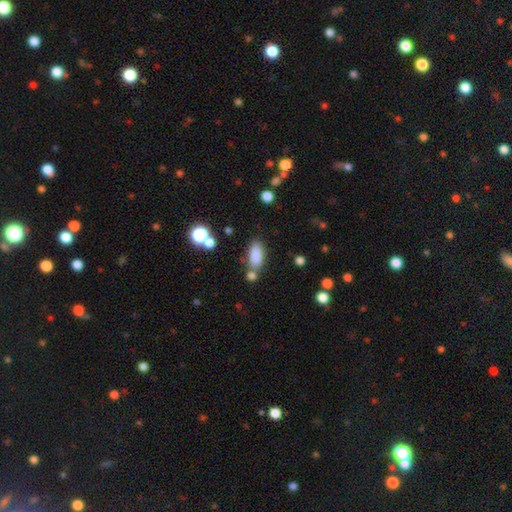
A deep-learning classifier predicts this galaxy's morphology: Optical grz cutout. It shows a smooth galaxy with no disk features (85%) that is in between round and cigar-shaped (83%). Merging: none (67%).